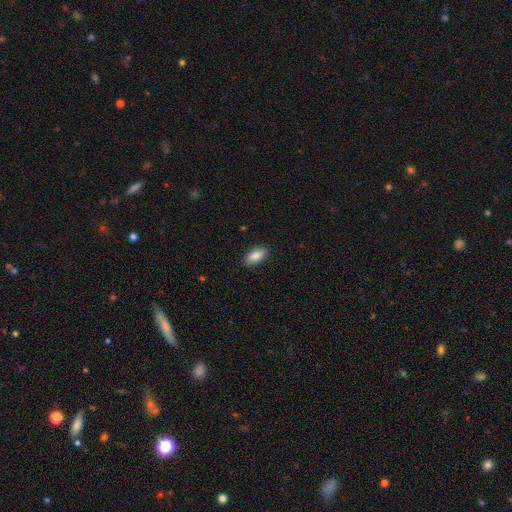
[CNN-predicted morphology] Smooth or featured: smooth — 88% (star or artifact — 6%)
How rounded: in between — 90% (cigar-shaped — 7%)
Merging: none — 88% (minor disturbance — 9%)